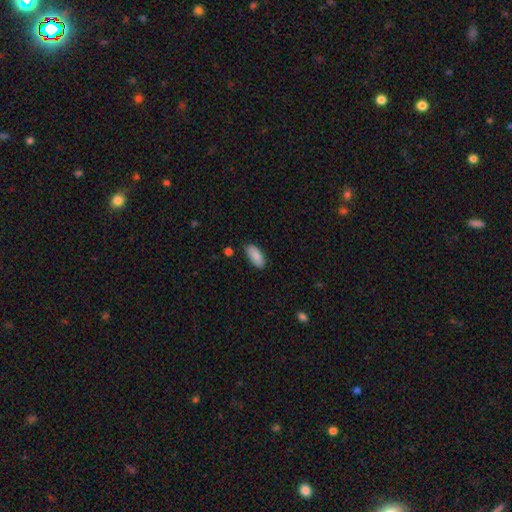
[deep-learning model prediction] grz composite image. It shows a smooth galaxy with no disk features (88%) that is in between round and cigar-shaped (88%). Merging: none (84%).